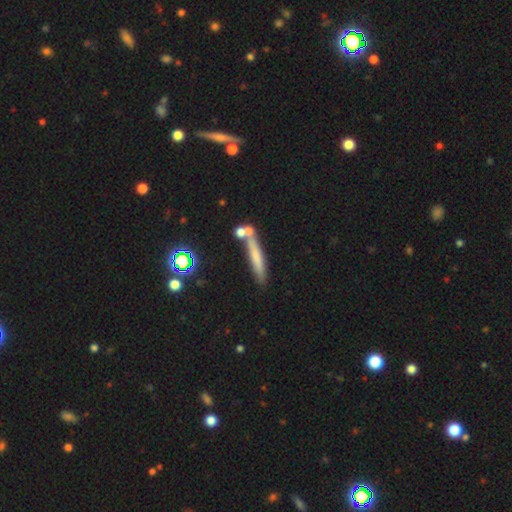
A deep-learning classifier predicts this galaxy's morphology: smooth 59%, featured or disk 30%, star or artifact 12%. Down the decision tree: how rounded — cigar-shaped (90%); merging — none (66%).